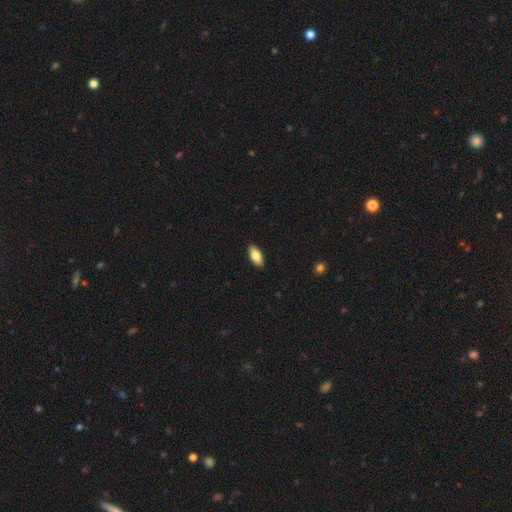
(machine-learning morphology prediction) Q: Smooth or featured?
A: smooth (83%); runner-up: featured or disk (11%)
Q: How rounded?
A: in between (90%); runner-up: cigar-shaped (8%)
Q: Merging?
A: none (91%); runner-up: minor disturbance (7%)